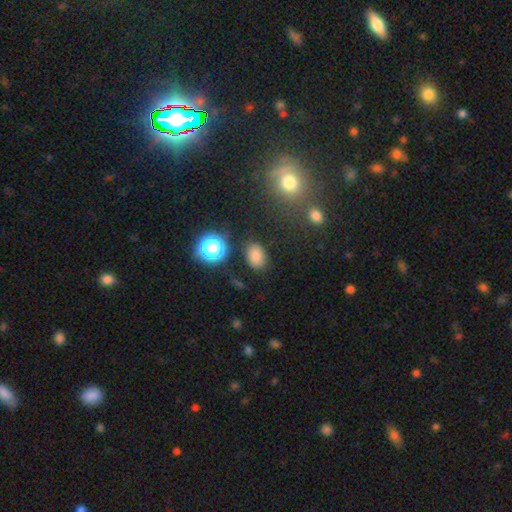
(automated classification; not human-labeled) Smooth or featured: smooth — 80% (star or artifact — 14%)
How rounded: in between — 80% (round — 19%)
Merging: none — 83% (minor disturbance — 11%)